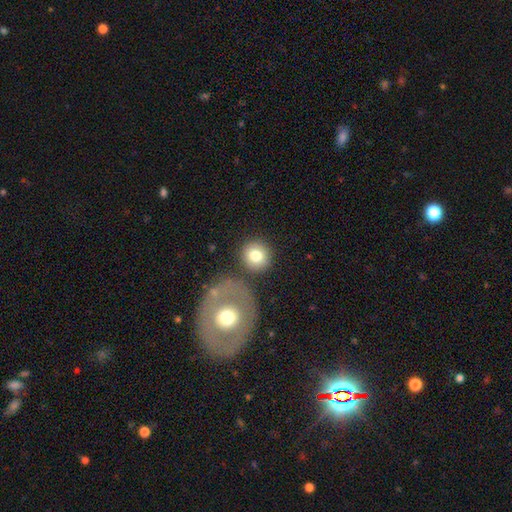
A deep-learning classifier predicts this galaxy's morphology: Smooth or featured? smooth (79%)
How rounded? round (90%)
Merging? none (77%)